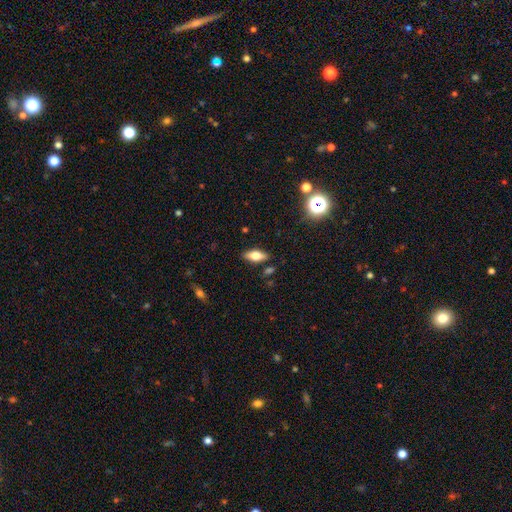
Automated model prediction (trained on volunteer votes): smooth_or_featured: smooth (p=0.67) [alt: featured or disk p=0.25]
how_rounded: in between (p=0.80) [alt: cigar-shaped p=0.17]
merging: none (p=0.85) [alt: minor disturbance p=0.10]